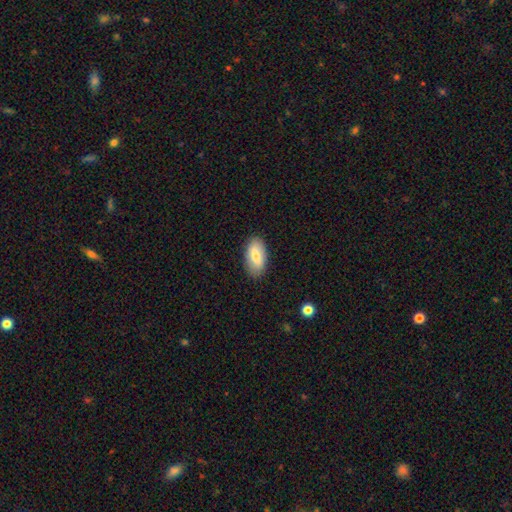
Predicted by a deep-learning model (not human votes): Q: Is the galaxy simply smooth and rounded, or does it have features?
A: smooth — 76%.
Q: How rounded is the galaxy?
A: in between — 93%.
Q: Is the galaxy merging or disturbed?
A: none — 86%.